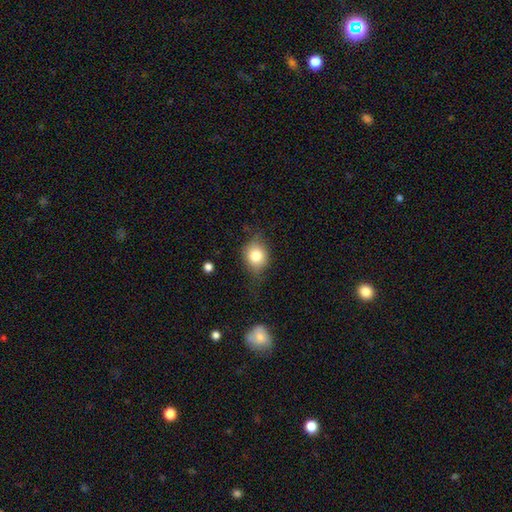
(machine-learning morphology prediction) type=smooth (76%); roundness=round (62%); merging=none (62%).